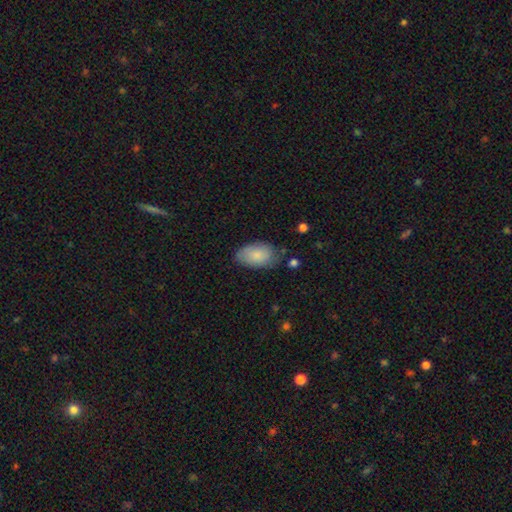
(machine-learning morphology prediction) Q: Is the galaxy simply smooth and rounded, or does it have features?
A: smooth — 84%.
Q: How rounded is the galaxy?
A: in between — 94%.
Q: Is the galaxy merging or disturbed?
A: none — 73%.